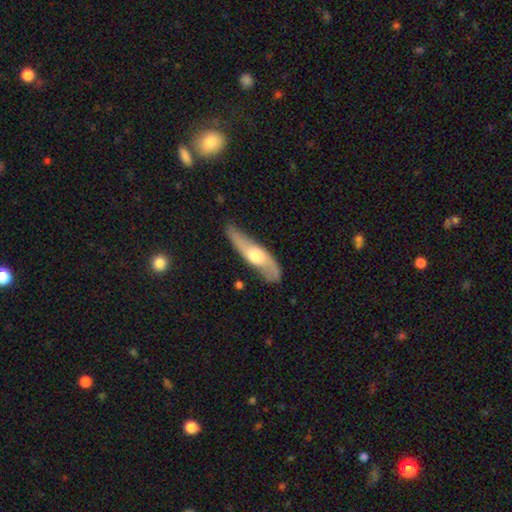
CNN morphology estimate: smooth_or_featured: featured or disk (p=0.60) [alt: smooth p=0.36]
disk_edge_on: no (p=0.55) [alt: yes p=0.45]
merging: none (p=0.73) [alt: minor disturbance p=0.19]